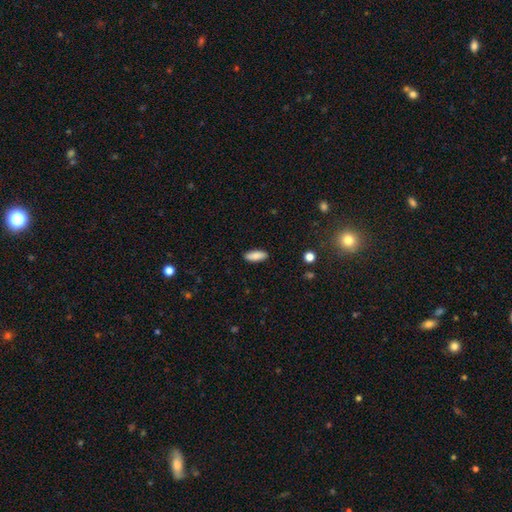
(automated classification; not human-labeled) This is clearly a smooth galaxy (88%). How rounded: likely in between (74%). Merging: clearly none (89%).